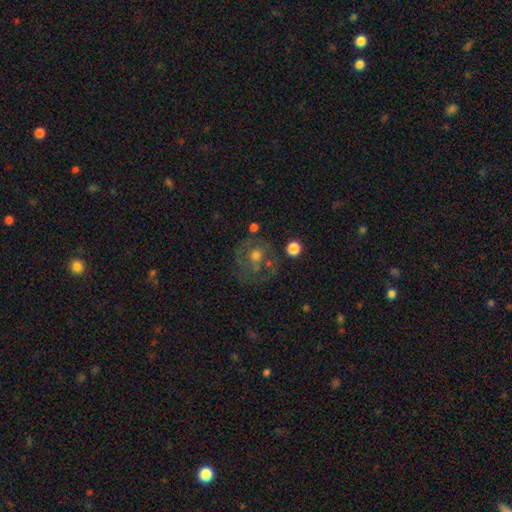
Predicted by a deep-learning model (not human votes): Smooth or featured: featured or disk — 50% (smooth — 37%)
Merging: none — 58% (minor disturbance — 18%)